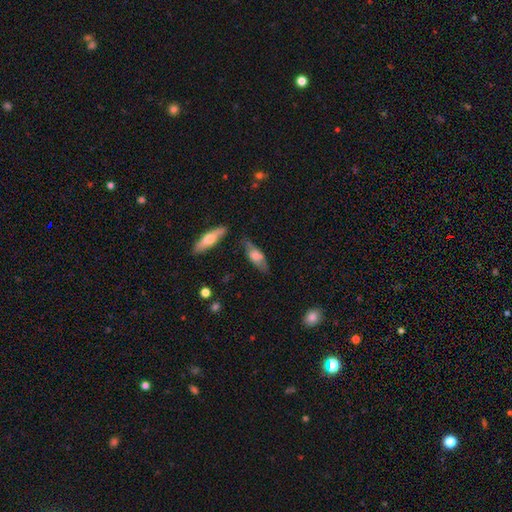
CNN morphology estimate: The model was most divided on "smooth or featured": smooth: 52%, featured or disk: 41%, star or artifact: 7%. More confident: merging — none (68%); how rounded — in between (61%).